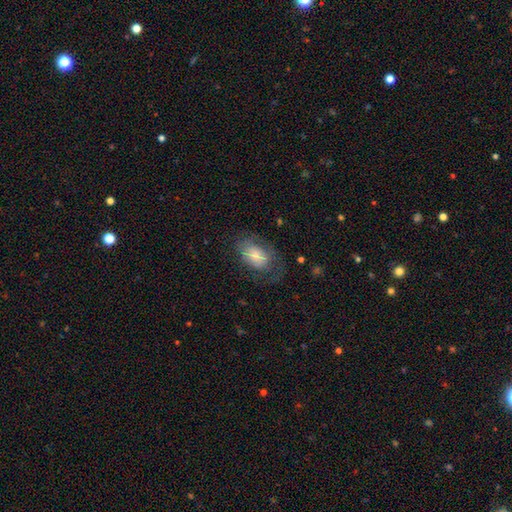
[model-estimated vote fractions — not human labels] Smooth or featured?
  - smooth: 66% *
  - featured or disk: 26%
  - star or artifact: 8%
How rounded?
  - in between: 88% *
  - round: 10%
  - cigar-shaped: 2%
Merging?
  - none: 46% *
  - major disturbance: 26%
  - minor disturbance: 26%
  - merger: 2%